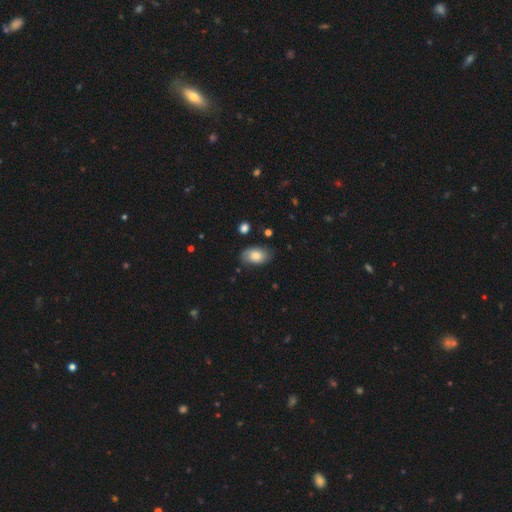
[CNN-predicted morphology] Smooth or featured?
  - smooth: 78% *
  - featured or disk: 14%
  - star or artifact: 8%
How rounded?
  - in between: 91% *
  - round: 8%
  - cigar-shaped: 1%
Merging?
  - none: 78% *
  - minor disturbance: 17%
  - major disturbance: 3%
  - merger: 2%